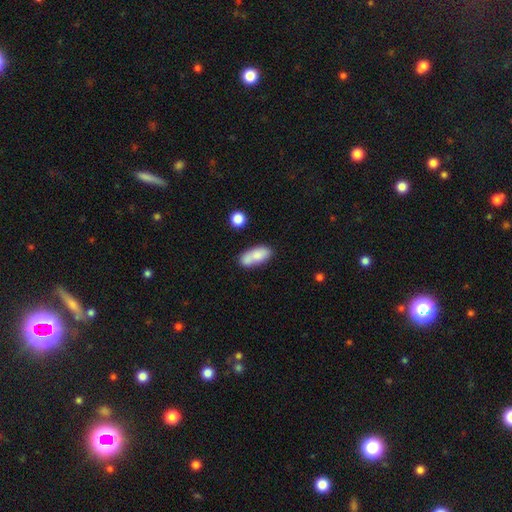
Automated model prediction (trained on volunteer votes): Smooth or featured?
  - smooth: 77% *
  - featured or disk: 16%
  - star or artifact: 7%
How rounded?
  - in between: 84% *
  - cigar-shaped: 11%
  - round: 4%
Merging?
  - none: 48% *
  - merger: 28%
  - minor disturbance: 19%
  - major disturbance: 6%